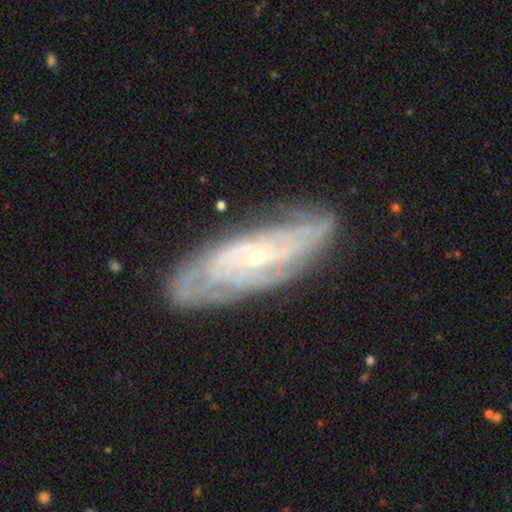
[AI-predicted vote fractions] Smooth or featured?
  - featured or disk: 83% *
  - smooth: 10%
  - star or artifact: 6%
Edge-on disk?
  - no: 85% *
  - yes: 15%
Bar?
  - no: 63% *
  - weak: 29%
  - strong: 9%
Spiral arms?
  - yes: 94% *
  - no: 6%
Spiral winding?
  - tight: 64% *
  - medium: 28%
  - loose: 7%
Spiral arm count?
  - can't tell: 43% *
  - 2: 19%
  - 3: 14%
  - 4: 13%
  - more than 4: 7%
  - 1: 5%
Bulge size?
  - small: 74% *
  - moderate: 22%
  - none: 1%
  - large: 1%
  - dominant: 1%
Merging?
  - none: 79% *
  - minor disturbance: 16%
  - major disturbance: 4%
  - merger: 1%